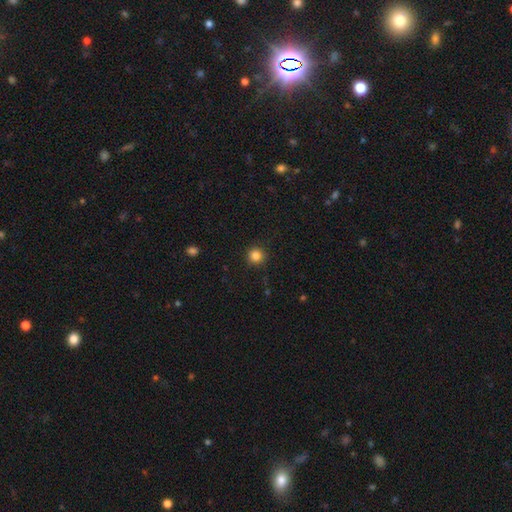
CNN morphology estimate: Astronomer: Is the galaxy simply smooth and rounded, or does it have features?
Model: smooth — 84%.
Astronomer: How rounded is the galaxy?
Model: round — 95%.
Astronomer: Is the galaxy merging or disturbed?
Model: none — 92%.